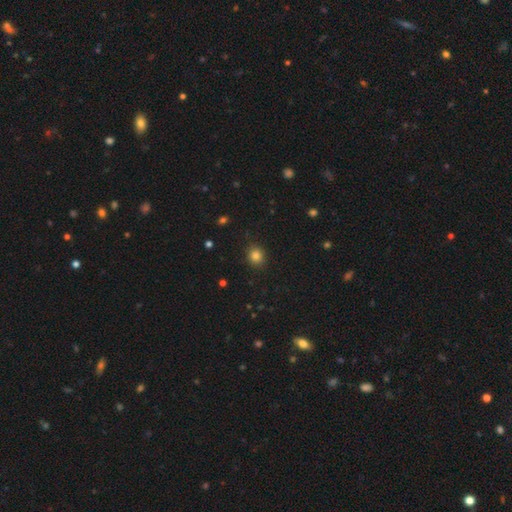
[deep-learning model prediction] A smooth galaxy with no disk features (83%) that is round (77%). Merging: none (88%).